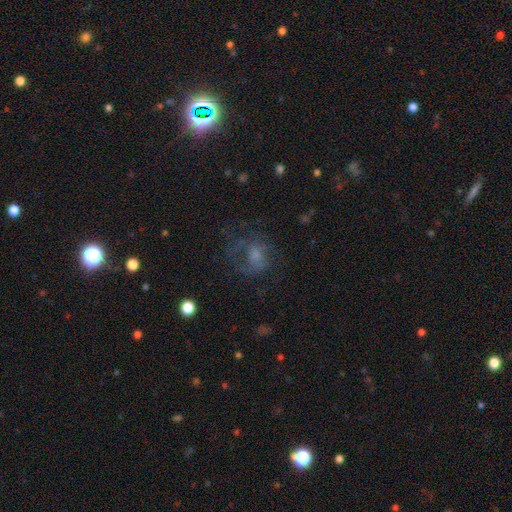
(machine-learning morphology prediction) This is marginally a smooth galaxy (43%). Merging: marginally none (42%).